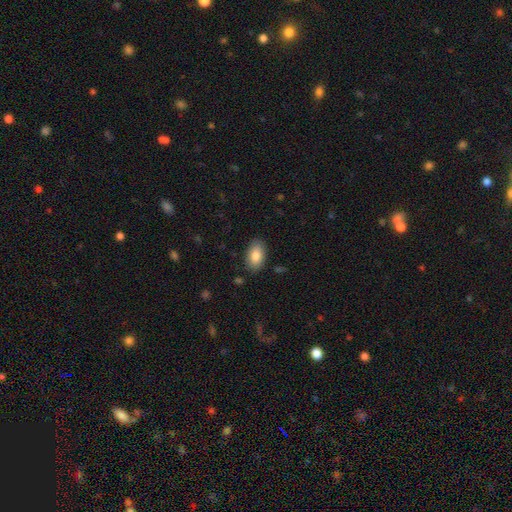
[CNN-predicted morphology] This appears to be a smooth galaxy with no disk features (84%) that is in between round and cigar-shaped (94%). Merging: none (86%).